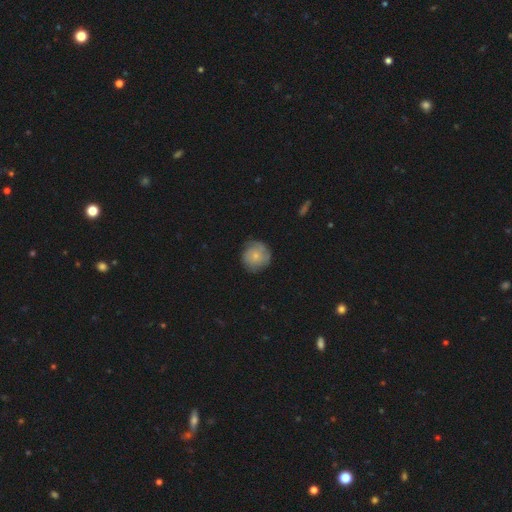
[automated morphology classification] type=smooth (59%); roundness=round (91%); merging=none (73%).